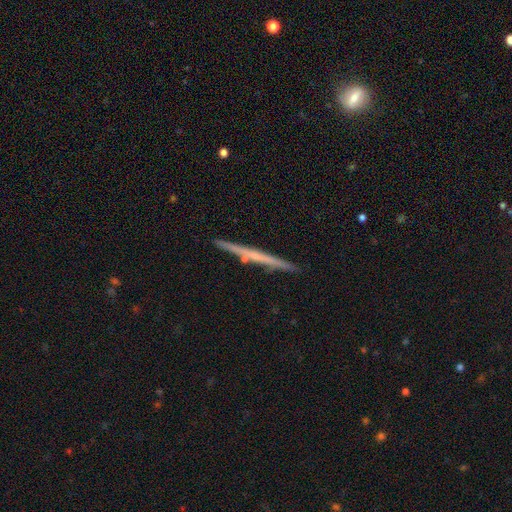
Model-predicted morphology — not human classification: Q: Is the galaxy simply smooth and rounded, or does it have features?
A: featured or disk — 61%.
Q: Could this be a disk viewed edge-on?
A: yes — 98%.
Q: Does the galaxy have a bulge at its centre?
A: none — 77%.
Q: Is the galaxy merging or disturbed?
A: none — 91%.